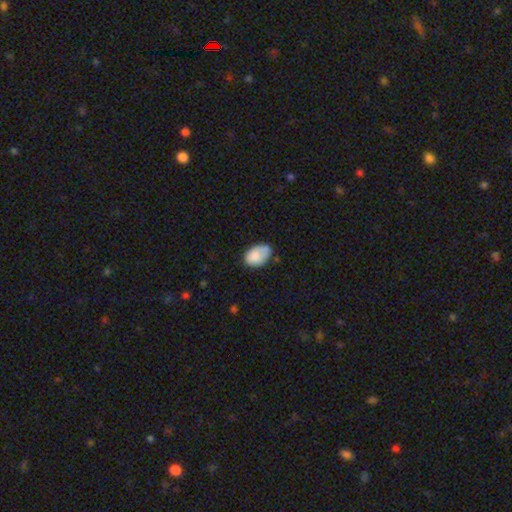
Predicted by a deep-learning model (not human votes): A smooth galaxy with no disk features (81%) that is in between round and cigar-shaped (88%). Merging: none (55%).